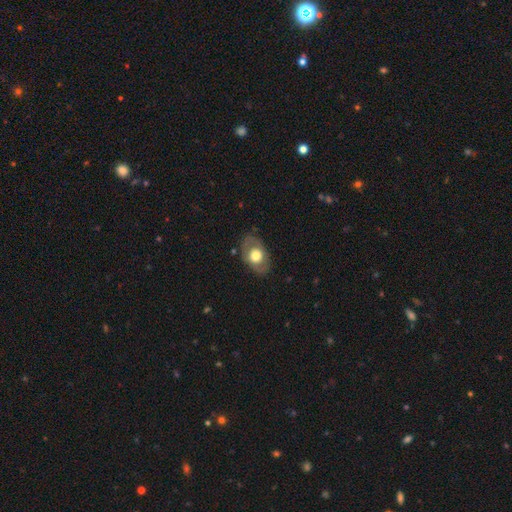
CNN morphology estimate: Smooth or featured?
  - smooth: 50% *
  - featured or disk: 45%
  - star or artifact: 6%
Merging?
  - none: 79% *
  - minor disturbance: 15%
  - major disturbance: 6%
  - merger: 1%